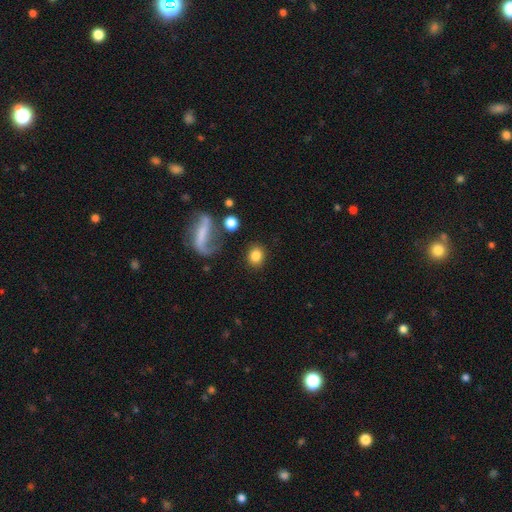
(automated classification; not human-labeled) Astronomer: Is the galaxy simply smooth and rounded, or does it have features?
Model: smooth — 80%.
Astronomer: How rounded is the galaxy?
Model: round — 72%.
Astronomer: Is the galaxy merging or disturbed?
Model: none — 83%.